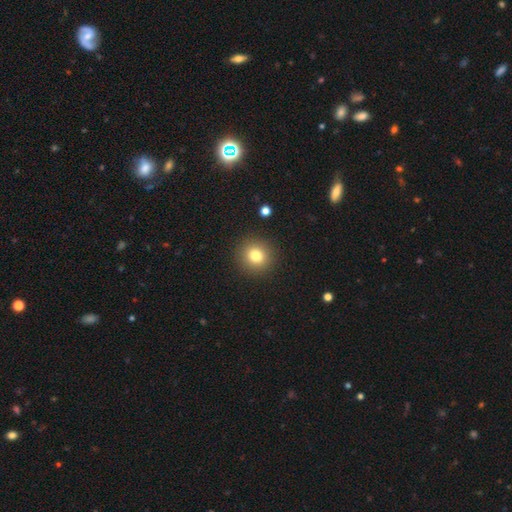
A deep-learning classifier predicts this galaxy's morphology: type=smooth (80%); roundness=round (91%); merging=none (90%).